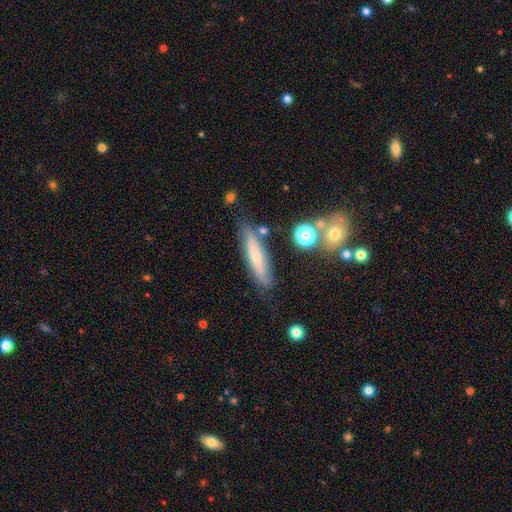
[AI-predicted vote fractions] A smooth galaxy with no disk features (50%) that is cigar-shaped (84%). Merging: none (75%).